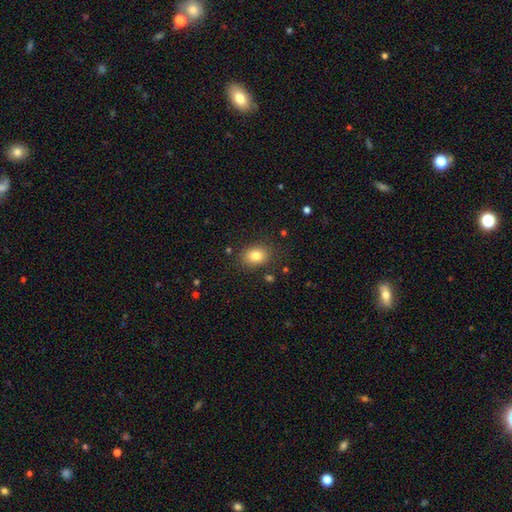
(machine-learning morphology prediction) Overall: smooth (81%). How rounded: in between (62%; round 37%). Merging: none (83%).